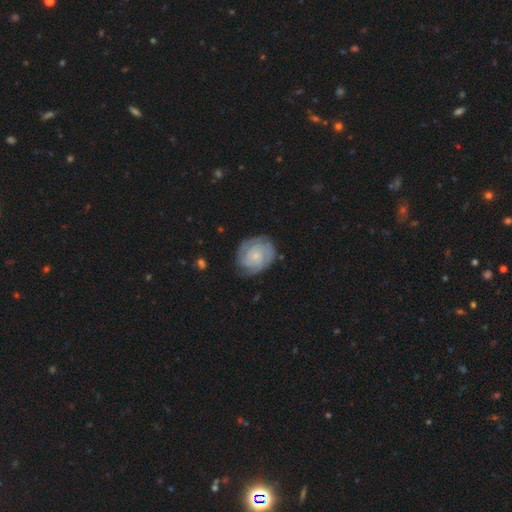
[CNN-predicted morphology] This appears to be a featured or disk galaxy (83%) with no bar (72%), 2 (46%) tight (74%) spiral arms (96%) and a small central bulge (72%). Merging: none (75%).